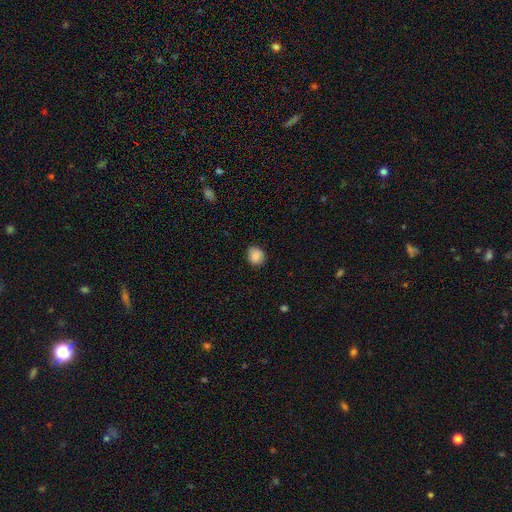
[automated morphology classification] smooth_or_featured: smooth (p=0.85) [alt: star or artifact p=0.09]
how_rounded: round (p=0.77) [alt: in between p=0.23]
merging: none (p=0.84) [alt: minor disturbance p=0.13]